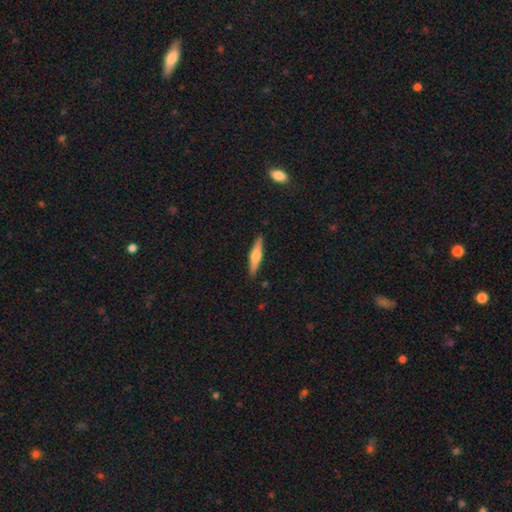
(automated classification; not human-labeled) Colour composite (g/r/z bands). It shows a featured or disk galaxy (50%). Merging: none (90%).